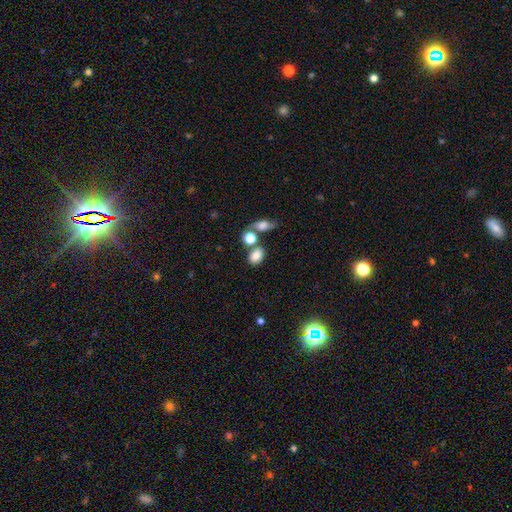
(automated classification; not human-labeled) Q: Smooth or featured?
A: smooth (81%); runner-up: star or artifact (10%)
Q: How rounded?
A: in between (72%); runner-up: round (27%)
Q: Merging?
A: none (59%); runner-up: merger (24%)